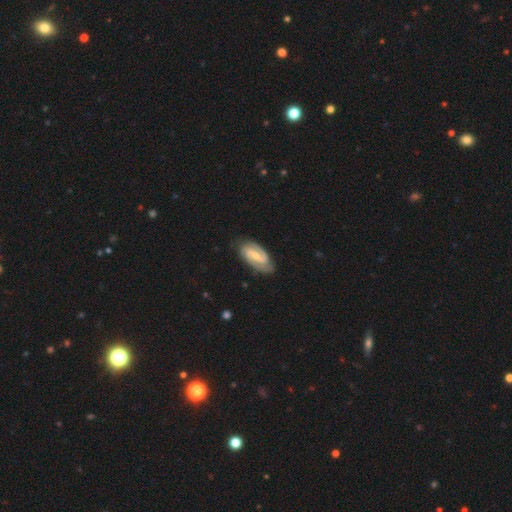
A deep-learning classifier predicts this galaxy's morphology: featured or disk 84%, smooth 12%, star or artifact 4%. Down the decision tree: edge-on disk — no (96%); bar — weak (48%); spiral arms — yes (96%); spiral arm count — 2 (90%); spiral winding — medium (47%); bulge size — small (58%); merging — none (82%).